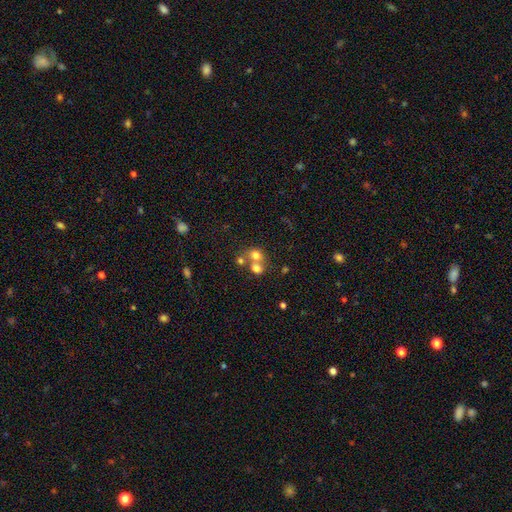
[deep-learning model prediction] This is likely a smooth galaxy (70%). How rounded: likely round (74%). Merging: possibly merger (58%).